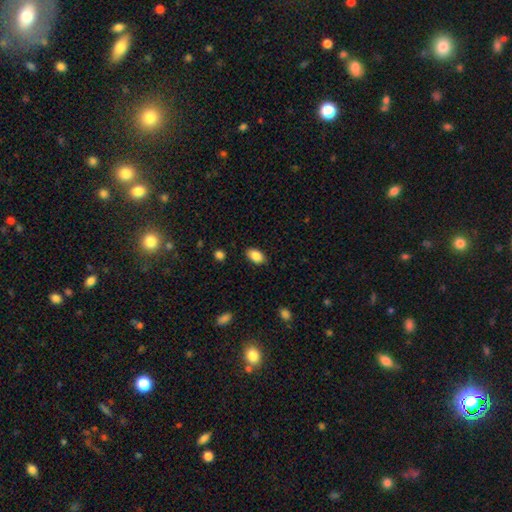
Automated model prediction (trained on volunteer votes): smooth_or_featured: smooth (p=0.87) [alt: star or artifact p=0.08]
how_rounded: in between (p=0.91) [alt: round p=0.07]
merging: none (p=0.86) [alt: minor disturbance p=0.11]